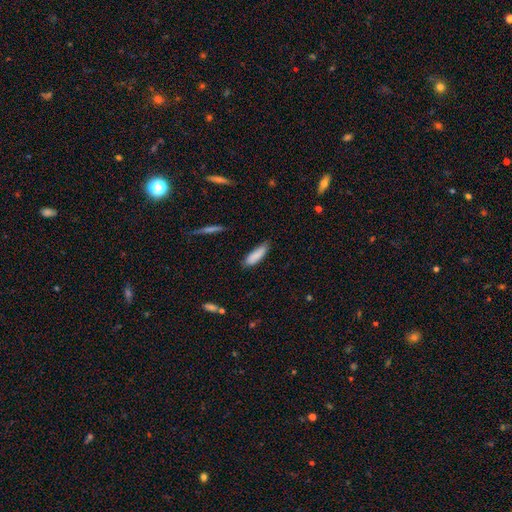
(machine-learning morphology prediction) Smooth or featured? smooth (86%)
How rounded? in between (50%)
Merging? none (78%)